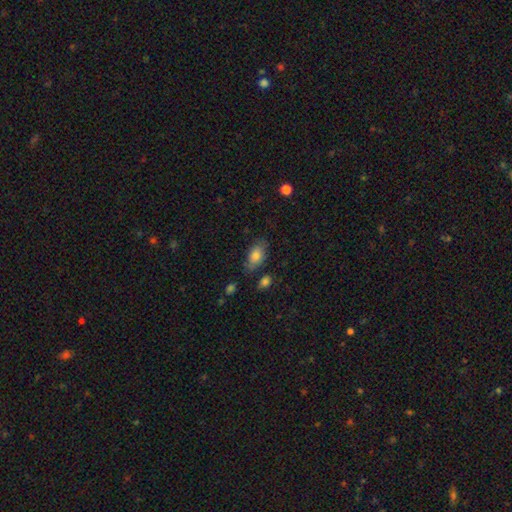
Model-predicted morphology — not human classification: This appears to be a smooth galaxy with no disk features (80%) that is in between round and cigar-shaped (89%). Merging: none (66%).